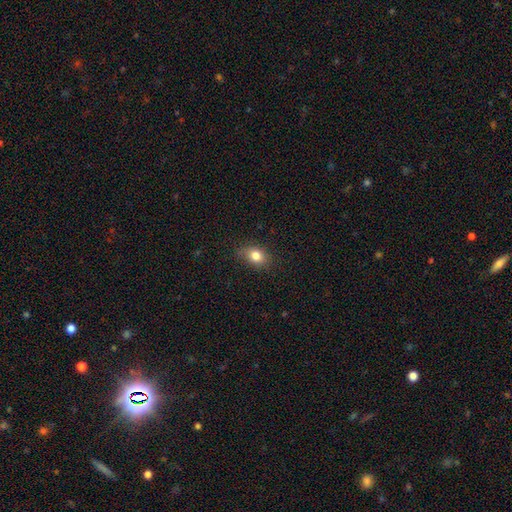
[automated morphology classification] Smooth or featured?
  - smooth: 81% *
  - star or artifact: 10%
  - featured or disk: 8%
How rounded?
  - in between: 67% *
  - round: 31%
  - cigar-shaped: 2%
Merging?
  - none: 80% *
  - minor disturbance: 16%
  - major disturbance: 3%
  - merger: 1%